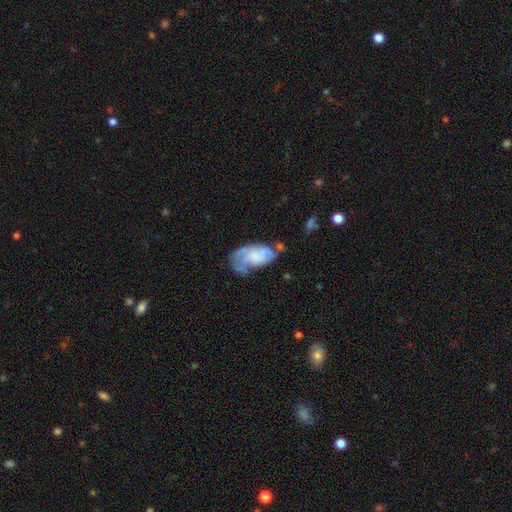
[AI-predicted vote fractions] Smooth or featured: featured or disk — 50% (smooth — 43%)
Merging: none — 37% (minor disturbance — 32%)